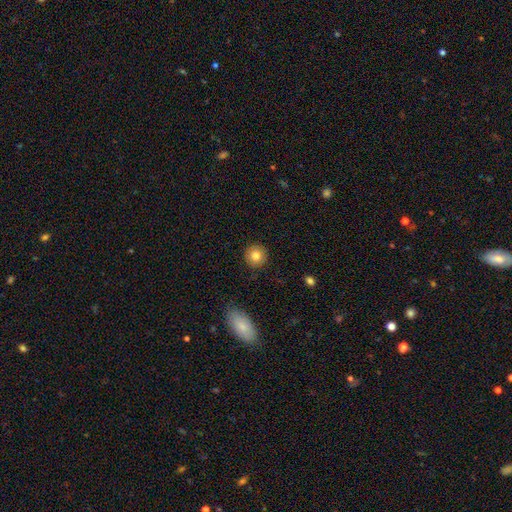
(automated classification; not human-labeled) Q: Smooth or featured?
A: smooth (81%); runner-up: featured or disk (10%)
Q: How rounded?
A: round (93%); runner-up: in between (6%)
Q: Merging?
A: none (90%); runner-up: minor disturbance (7%)